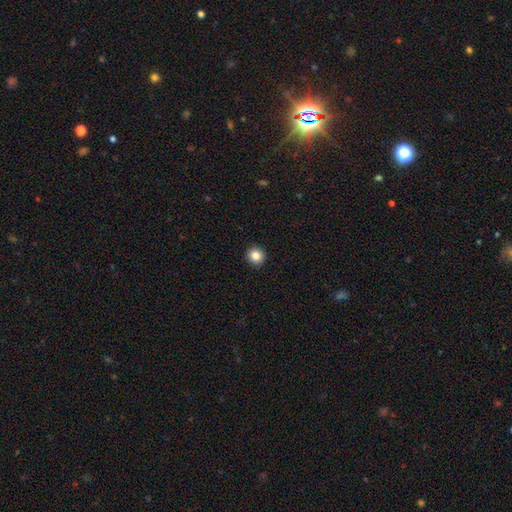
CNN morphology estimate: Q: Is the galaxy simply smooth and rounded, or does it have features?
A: smooth — 85%.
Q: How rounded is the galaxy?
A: round — 94%.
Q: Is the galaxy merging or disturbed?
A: none — 93%.